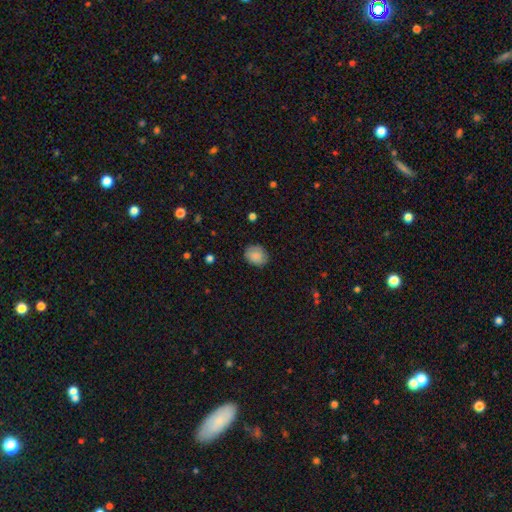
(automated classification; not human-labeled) This is clearly a smooth galaxy (86%). How rounded: possibly round (57%). Merging: clearly none (81%).